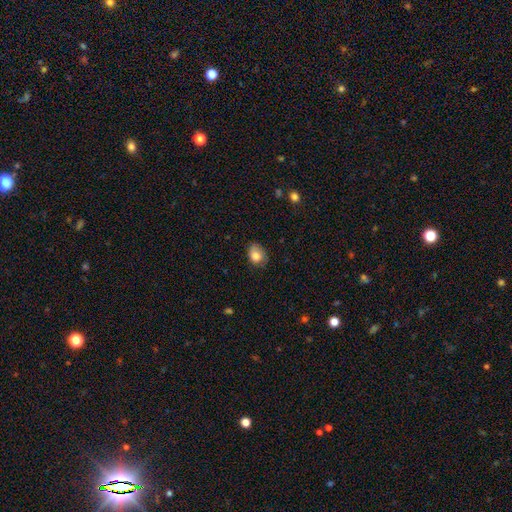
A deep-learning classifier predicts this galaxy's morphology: smooth-or-featured: smooth: 82% | featured or disk: 9% | star or artifact: 9%
  how-rounded: in between: 62% | round: 37% | cigar-shaped: 1%
  merging: none: 61% | minor disturbance: 30% | major disturbance: 7% | merger: 2%